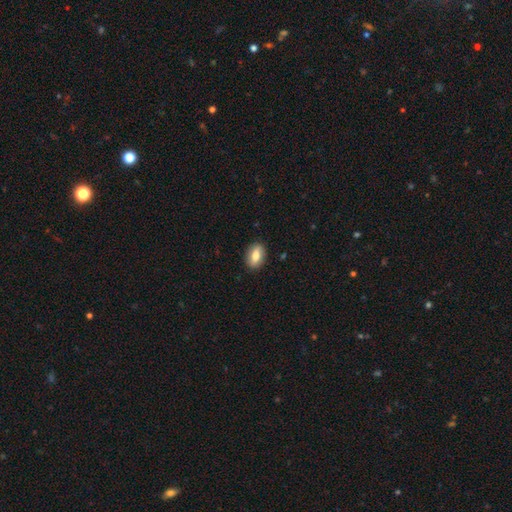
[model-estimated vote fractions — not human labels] This is likely a smooth galaxy (76%). How rounded: clearly in between (84%). Merging: clearly none (88%).